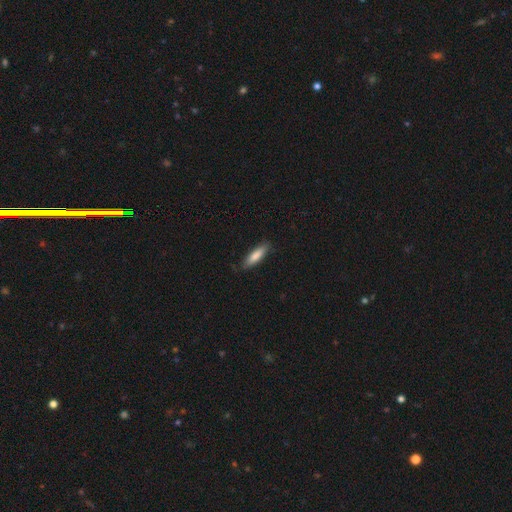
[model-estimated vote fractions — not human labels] smooth-or-featured: smooth: 81% | featured or disk: 13% | star or artifact: 5%
  how-rounded: cigar-shaped: 65% | in between: 34% | round: 1%
  merging: none: 83% | minor disturbance: 14% | major disturbance: 2% | merger: 1%